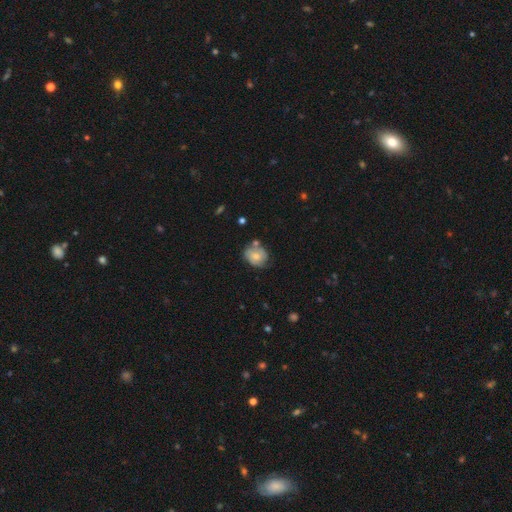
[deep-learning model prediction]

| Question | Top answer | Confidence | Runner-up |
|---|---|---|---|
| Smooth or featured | smooth | 54% | featured or disk (38%) |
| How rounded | round | 56% | in between (43%) |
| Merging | none | 57% | minor disturbance (26%) |